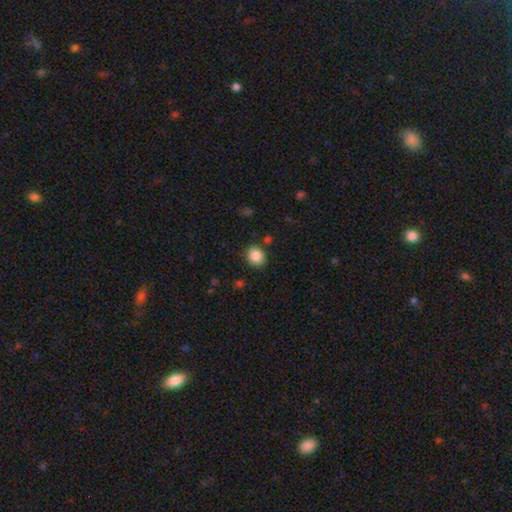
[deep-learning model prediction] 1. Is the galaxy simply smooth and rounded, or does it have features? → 87% smooth, 9% star or artifact, 4% featured or disk.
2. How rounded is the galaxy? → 64% round, 35% in between, 1% cigar-shaped.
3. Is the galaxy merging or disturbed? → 83% none, 10% minor disturbance, 3% merger, 3% major disturbance.